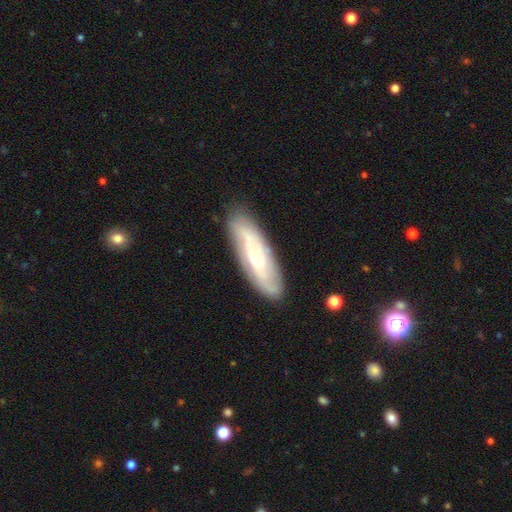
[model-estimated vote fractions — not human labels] This appears to be a featured or disk galaxy (58%). Merging: none (83%).